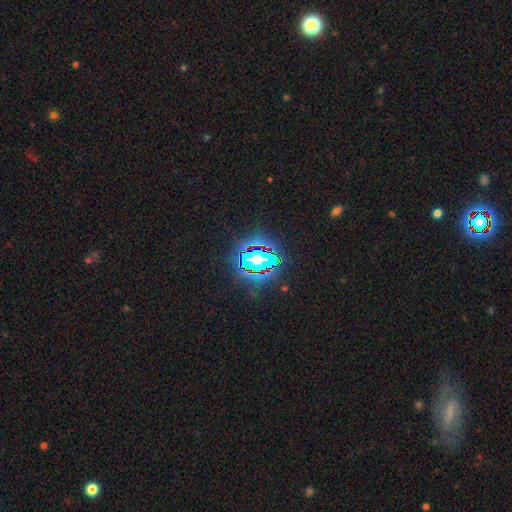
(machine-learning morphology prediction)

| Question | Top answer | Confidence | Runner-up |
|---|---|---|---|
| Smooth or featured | star or artifact | 83% | smooth (10%) |